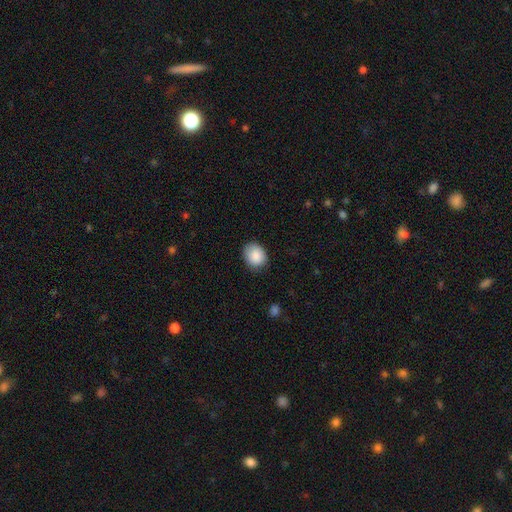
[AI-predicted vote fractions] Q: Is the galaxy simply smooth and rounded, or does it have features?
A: smooth — 88%.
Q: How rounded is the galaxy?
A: round — 51%.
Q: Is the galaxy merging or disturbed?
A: none — 81%.